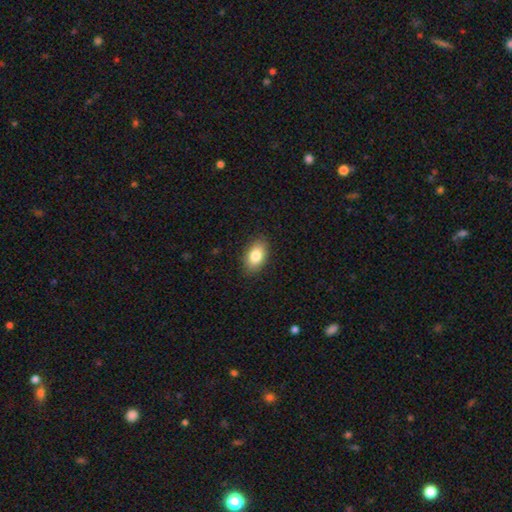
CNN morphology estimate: Smooth or featured?
  - smooth: 82% *
  - featured or disk: 10%
  - star or artifact: 8%
How rounded?
  - in between: 90% *
  - round: 8%
  - cigar-shaped: 2%
Merging?
  - none: 87% *
  - minor disturbance: 9%
  - major disturbance: 2%
  - merger: 1%